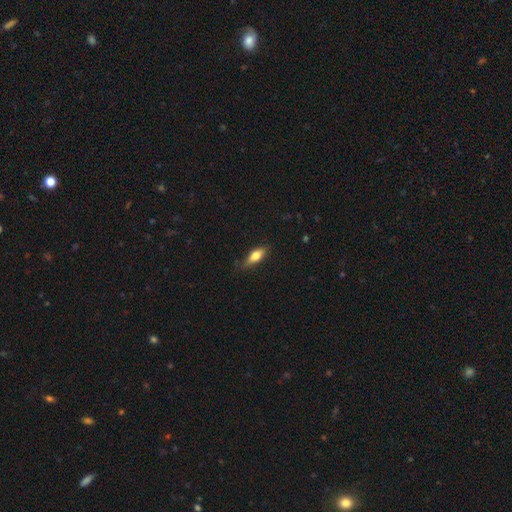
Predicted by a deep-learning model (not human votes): Overall: smooth (71%). How rounded: in between (64%; cigar-shaped 33%). Merging: none (72%).